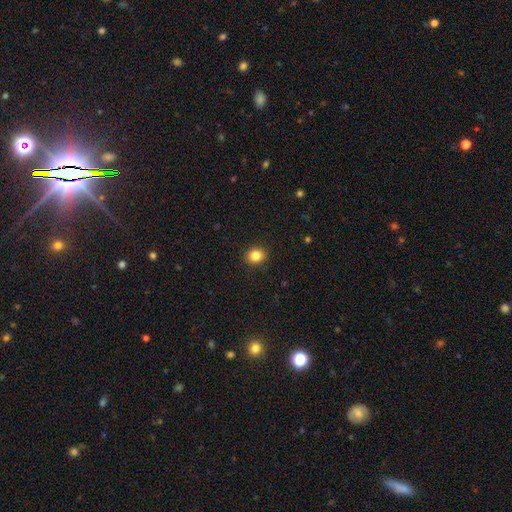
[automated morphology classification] This is clearly a smooth galaxy (84%). How rounded: likely round (75%). Merging: clearly none (91%).